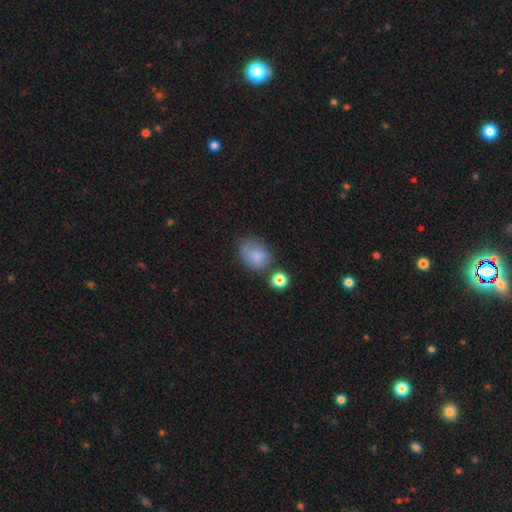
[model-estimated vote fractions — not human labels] The model was most divided on "how rounded": in between: 64%, round: 35%, cigar-shaped: 1%. More confident: smooth or featured — smooth (80%); merging — none (57%).